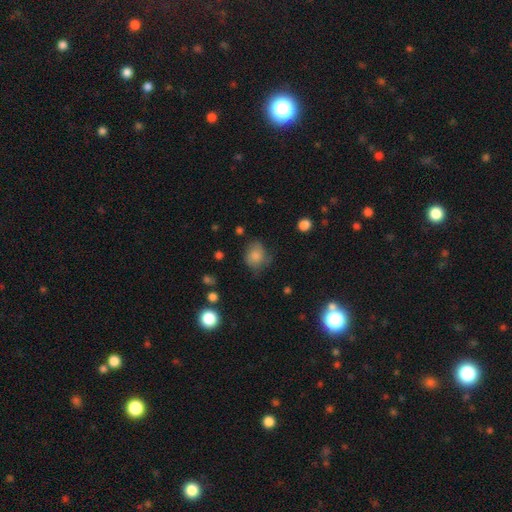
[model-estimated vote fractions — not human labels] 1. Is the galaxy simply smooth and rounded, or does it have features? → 78% smooth, 12% featured or disk, 10% star or artifact.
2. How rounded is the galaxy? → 54% round, 45% in between, 1% cigar-shaped.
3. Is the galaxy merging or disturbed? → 54% none, 30% minor disturbance, 14% major disturbance, 2% merger.